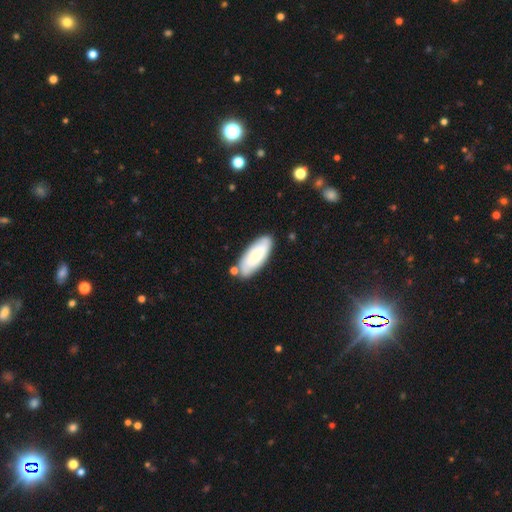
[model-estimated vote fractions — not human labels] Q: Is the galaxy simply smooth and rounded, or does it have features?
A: smooth — 65%.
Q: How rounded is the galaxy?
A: in between — 76%.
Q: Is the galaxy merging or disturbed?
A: none — 76%.